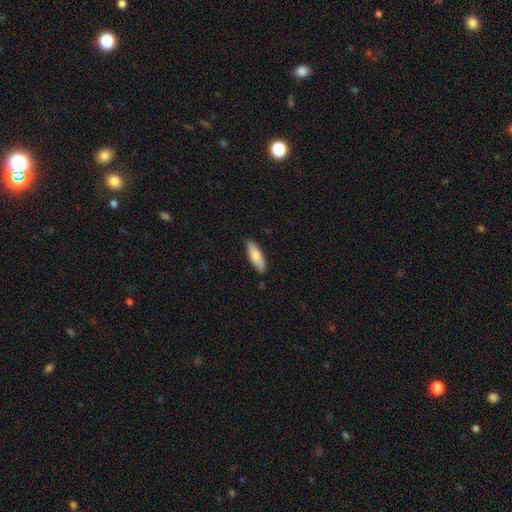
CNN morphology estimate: smooth-or-featured: smooth: 81% | featured or disk: 14% | star or artifact: 5%
  how-rounded: in between: 56% | cigar-shaped: 42% | round: 2%
  merging: none: 85% | minor disturbance: 12% | major disturbance: 2% | merger: 1%